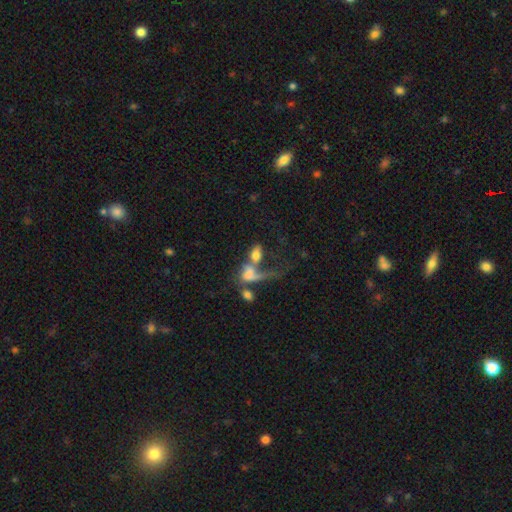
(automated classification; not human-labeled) smooth 57%, featured or disk 31%, star or artifact 12%. Down the decision tree: how rounded — in between (81%); merging — merger (60%).